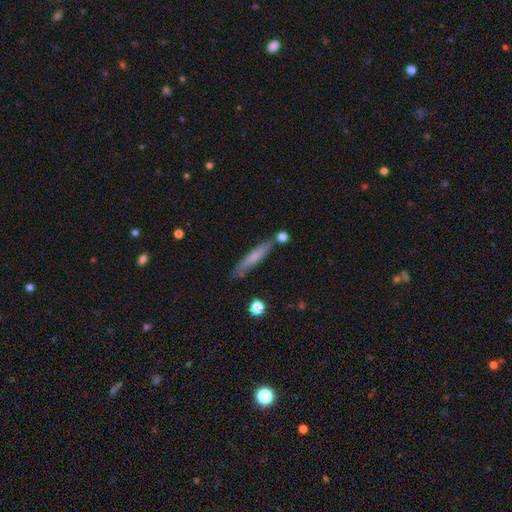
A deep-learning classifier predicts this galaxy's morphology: Smooth or featured? smooth (63%)
How rounded? cigar-shaped (91%)
Merging? none (77%)